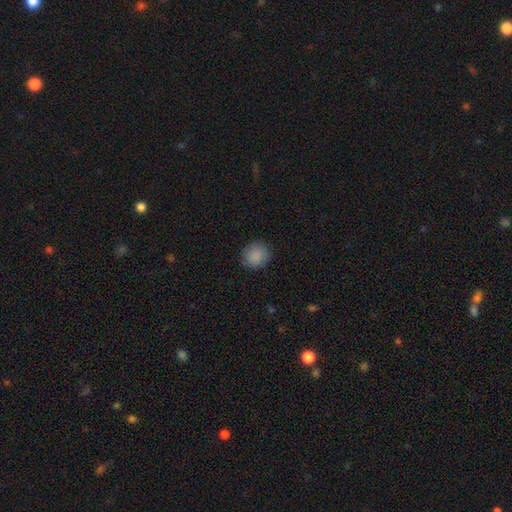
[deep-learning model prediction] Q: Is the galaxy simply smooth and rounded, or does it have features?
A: smooth — 88%.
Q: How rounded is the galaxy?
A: round — 79%.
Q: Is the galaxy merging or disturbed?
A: none — 87%.